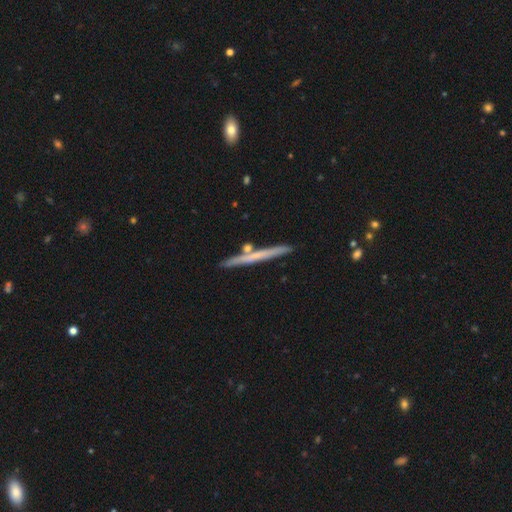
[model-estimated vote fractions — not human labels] Smooth or featured: featured or disk — 50% (smooth — 44%)
Edge-on disk: yes — 96% (no — 4%)
Merging: none — 84% (minor disturbance — 9%)